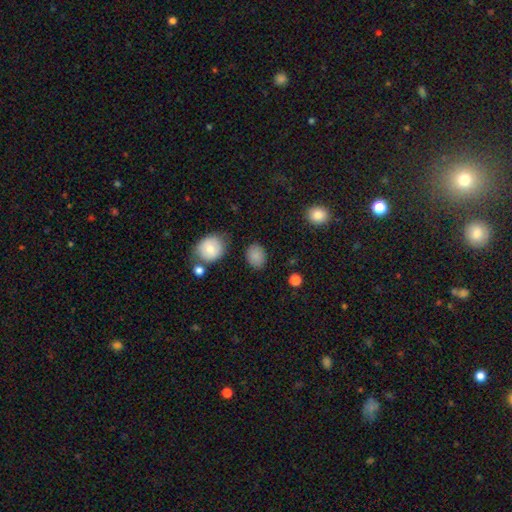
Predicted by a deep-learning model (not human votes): This appears to be a smooth galaxy with no disk features (85%) that is in between round and cigar-shaped (64%). Merging: none (81%).